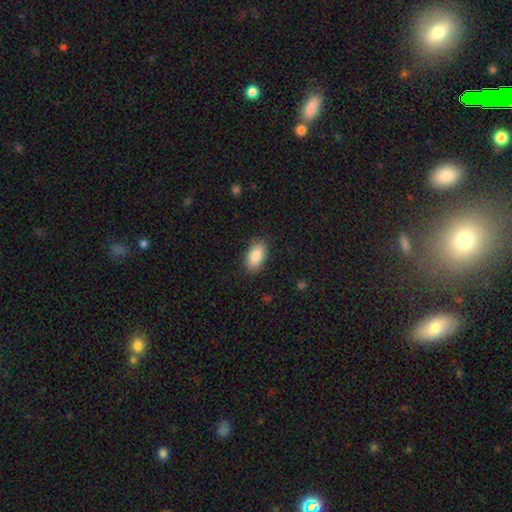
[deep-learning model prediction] This appears to be a smooth galaxy with no disk features (89%) that is in between round and cigar-shaped (93%). Merging: none (86%).